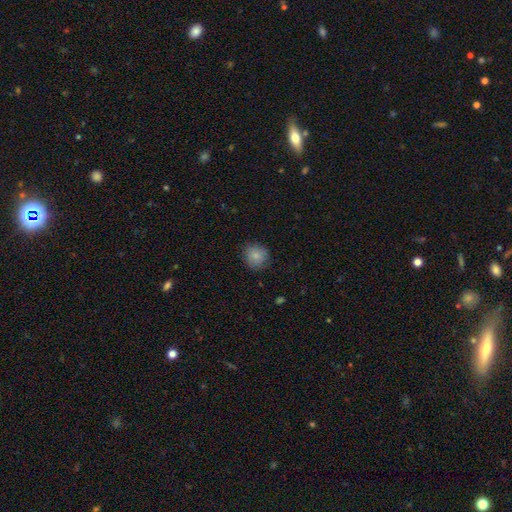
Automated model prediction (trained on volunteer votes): Morphology: type=smooth (84%); roundness=round (85%); merging=none (83%).